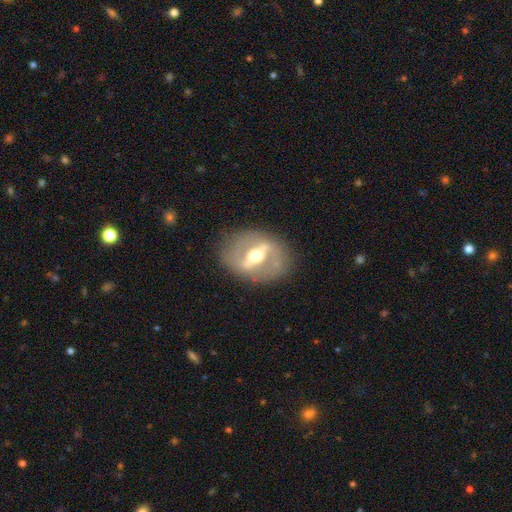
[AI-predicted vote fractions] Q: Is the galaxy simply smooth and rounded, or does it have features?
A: featured or disk — 80%.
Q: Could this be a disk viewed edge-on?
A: no — 81%.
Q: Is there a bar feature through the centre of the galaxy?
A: strong — 73%.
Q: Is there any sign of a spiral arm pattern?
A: no — 65%.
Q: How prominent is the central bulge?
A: moderate — 70%.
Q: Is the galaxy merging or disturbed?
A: none — 81%.